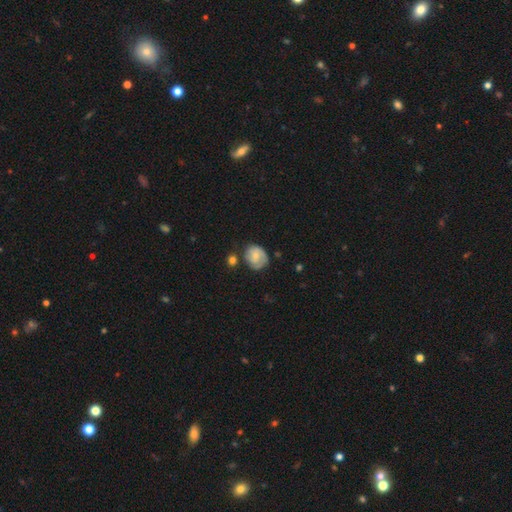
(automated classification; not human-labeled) A featured or disk galaxy (48%). Merging: none (57%).